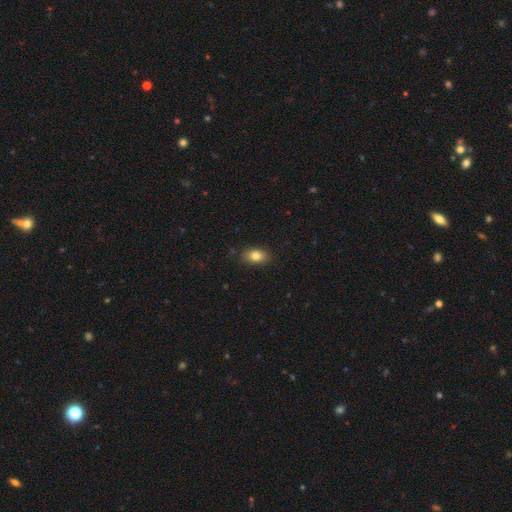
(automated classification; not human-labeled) A smooth galaxy with no disk features (82%) that is in between round and cigar-shaped (85%).

Vote fractions:
- Smooth or featured? smooth: 82% / featured or disk: 9% / star or artifact: 9%
- How rounded? in between: 85% / round: 12% / cigar-shaped: 3%
- Merging? none: 85% / minor disturbance: 11% / major disturbance: 2% / merger: 1%